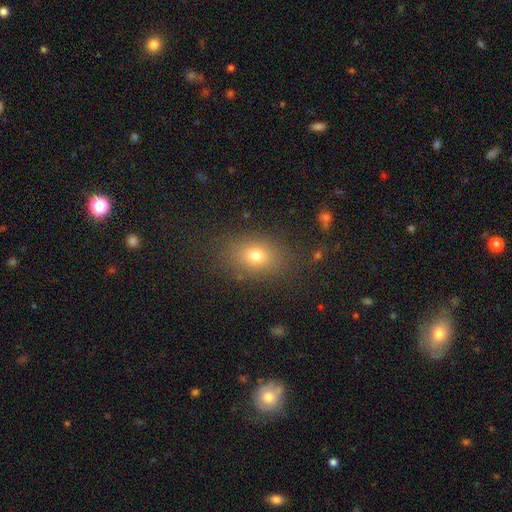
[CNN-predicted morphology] Q: Smooth or featured?
A: smooth (74%); runner-up: star or artifact (14%)
Q: How rounded?
A: in between (66%); runner-up: round (32%)
Q: Merging?
A: none (82%); runner-up: minor disturbance (11%)